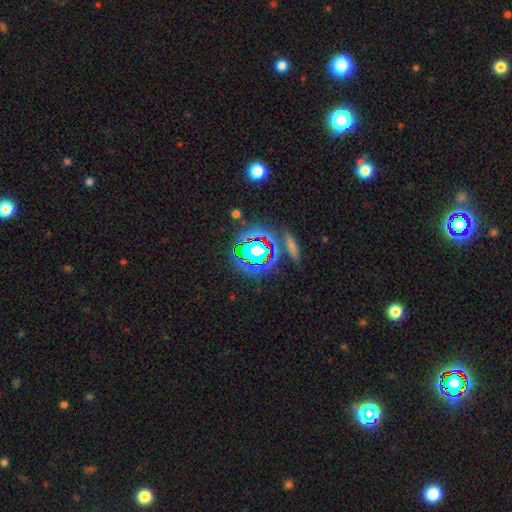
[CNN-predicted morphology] type=star or artifact (73%).